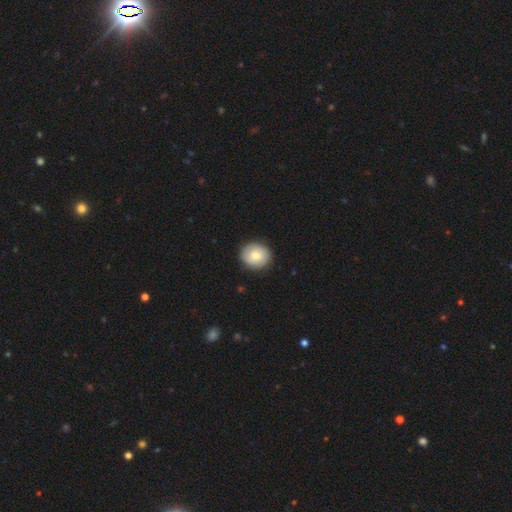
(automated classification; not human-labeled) This appears to be a smooth galaxy with no disk features (69%) that is round (79%). Merging: none (87%).